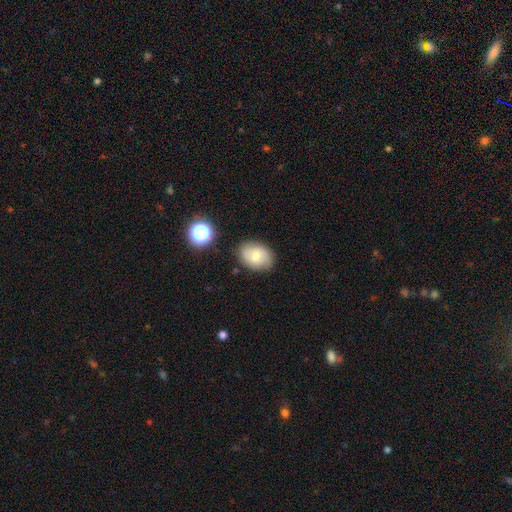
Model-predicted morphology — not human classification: Smooth or featured: smooth — 64% (featured or disk — 27%)
How rounded: in between — 71% (round — 28%)
Merging: none — 79% (minor disturbance — 15%)